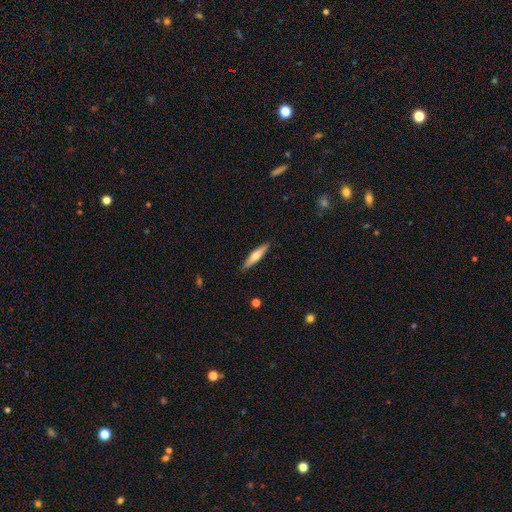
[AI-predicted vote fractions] This appears to be a smooth galaxy with no disk features (53%) that is cigar-shaped (83%). Merging: none (88%).